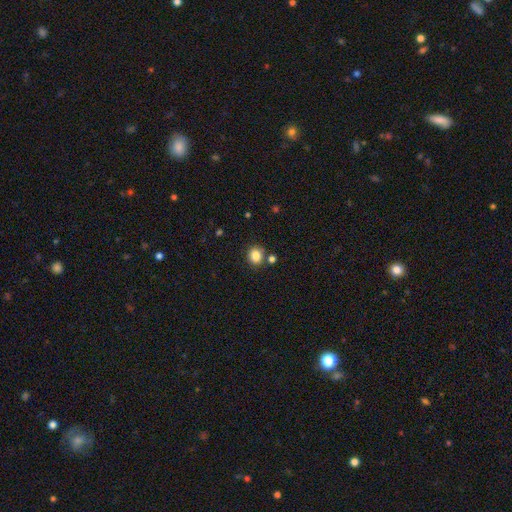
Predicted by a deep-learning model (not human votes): Smooth or featured? Predicted: smooth (p=0.84). How rounded? Predicted: round (p=0.77). Merging? Predicted: none (p=0.79).